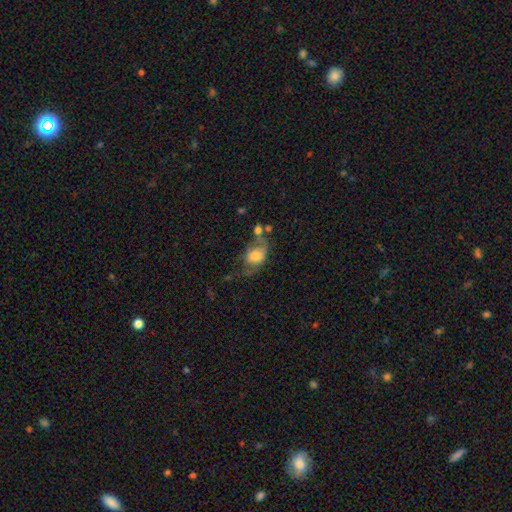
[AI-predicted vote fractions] A smooth galaxy with no disk features (62%) that is in between round and cigar-shaped (76%). Merging: major disturbance (35%).